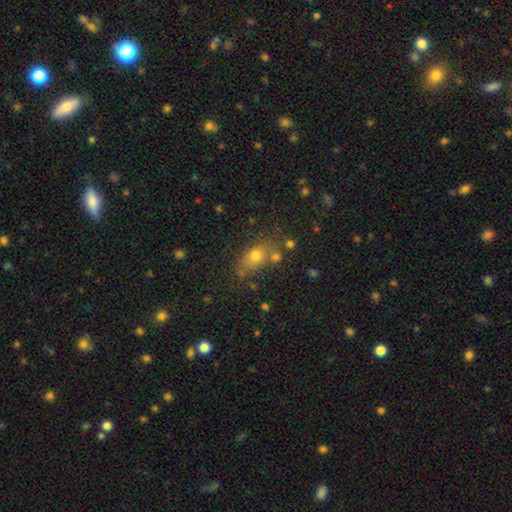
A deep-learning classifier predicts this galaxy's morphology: type=smooth (71%); roundness=in between (65%); merging=none (64%).